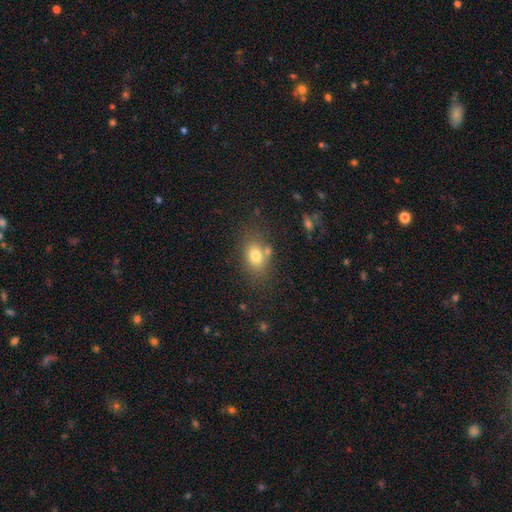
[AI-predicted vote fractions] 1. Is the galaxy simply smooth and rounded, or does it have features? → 77% smooth, 12% featured or disk, 11% star or artifact.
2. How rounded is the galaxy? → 74% in between, 25% round, 2% cigar-shaped.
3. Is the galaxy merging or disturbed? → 66% none, 15% minor disturbance, 13% merger, 5% major disturbance.